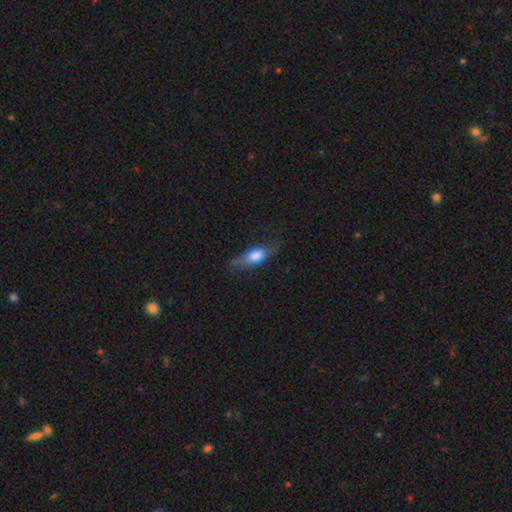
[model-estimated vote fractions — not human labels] Smooth or featured: smooth — 64% (featured or disk — 28%)
How rounded: in between — 64% (cigar-shaped — 30%)
Merging: none — 61% (minor disturbance — 26%)